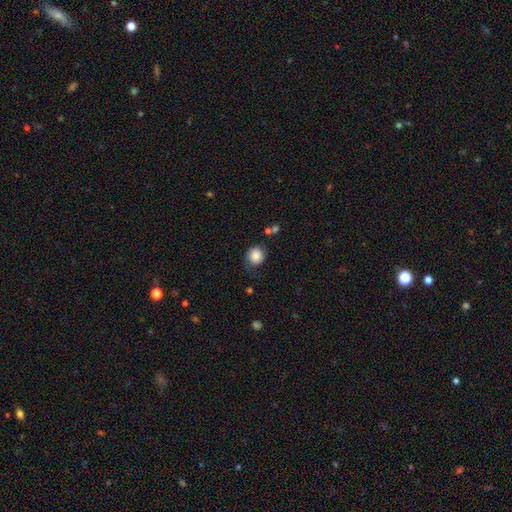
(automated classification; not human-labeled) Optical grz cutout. It shows a smooth galaxy with no disk features (84%) that is round (76%). Merging: none (64%).